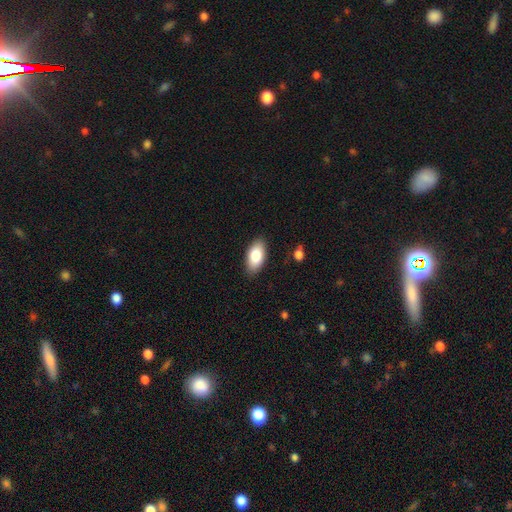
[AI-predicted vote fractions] Smooth or featured?
  - smooth: 82% *
  - featured or disk: 11%
  - star or artifact: 7%
How rounded?
  - in between: 93% *
  - cigar-shaped: 4%
  - round: 3%
Merging?
  - none: 87% *
  - minor disturbance: 9%
  - major disturbance: 2%
  - merger: 1%